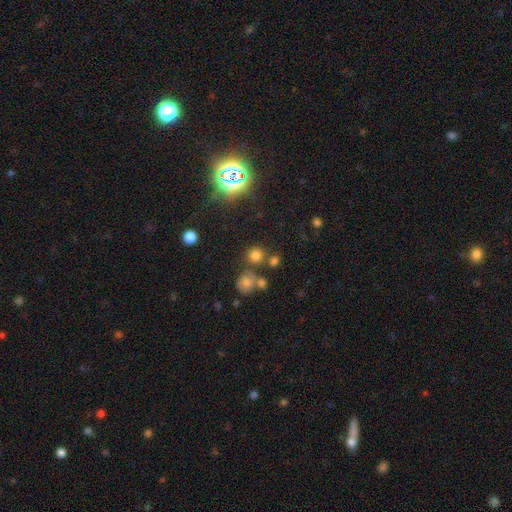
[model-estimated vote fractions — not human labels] This appears to be a smooth galaxy with no disk features (73%) that is round (90%). Merging: none (73%).